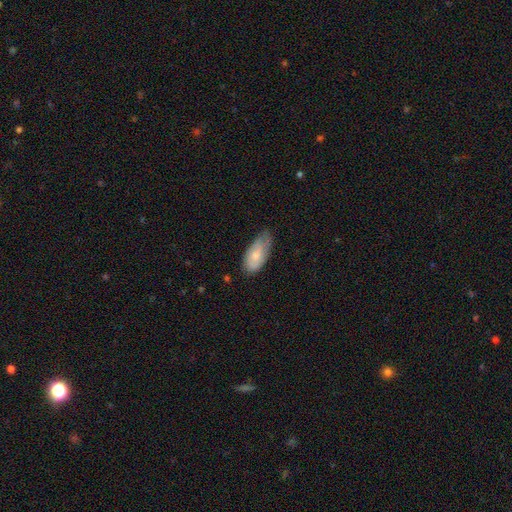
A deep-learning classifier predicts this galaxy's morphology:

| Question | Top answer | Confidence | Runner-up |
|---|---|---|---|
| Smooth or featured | smooth | 68% | featured or disk (26%) |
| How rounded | in between | 90% | cigar-shaped (7%) |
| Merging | none | 52% | minor disturbance (38%) |